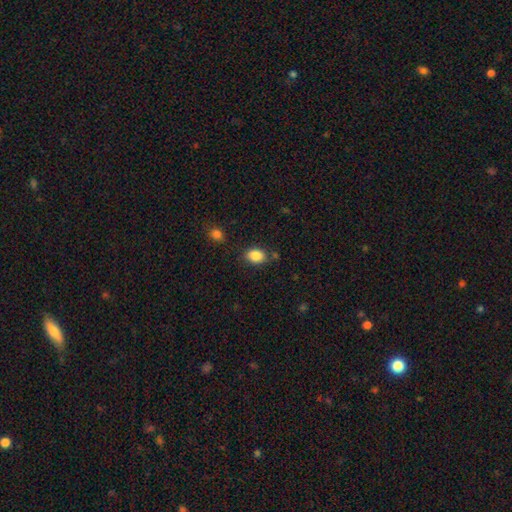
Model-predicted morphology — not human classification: smooth_or_featured: smooth (p=0.86) [alt: star or artifact p=0.09]
how_rounded: in between (p=0.69) [alt: round p=0.30]
merging: none (p=0.78) [alt: minor disturbance p=0.13]